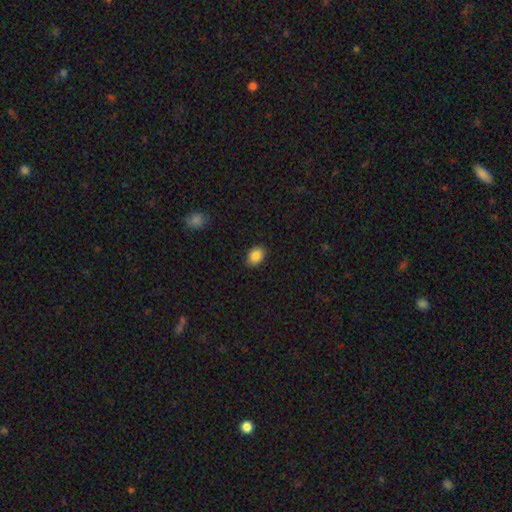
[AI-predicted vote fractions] Morphology: type=smooth (88%); roundness=in between (74%); merging=none (87%).